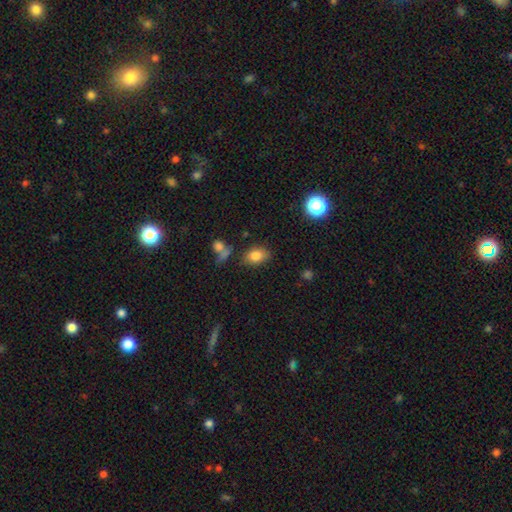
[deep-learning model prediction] smooth-or-featured: smooth: 81% | star or artifact: 11% | featured or disk: 9%
  how-rounded: in between: 79% | round: 19% | cigar-shaped: 2%
  merging: none: 74% | minor disturbance: 15% | merger: 6% | major disturbance: 4%